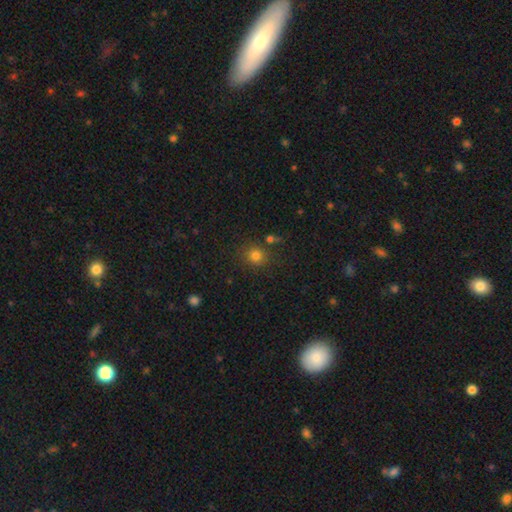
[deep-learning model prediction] smooth-or-featured: smooth: 79% | star or artifact: 15% | featured or disk: 6%
  how-rounded: round: 83% | in between: 16% | cigar-shaped: 1%
  merging: none: 78% | minor disturbance: 11% | merger: 7% | major disturbance: 4%